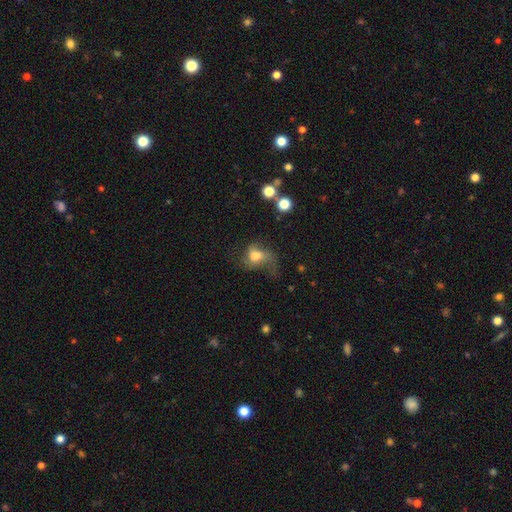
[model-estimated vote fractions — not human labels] This is possibly a smooth galaxy (52%). How rounded: likely in between (62%). Merging: marginally major disturbance (42%).